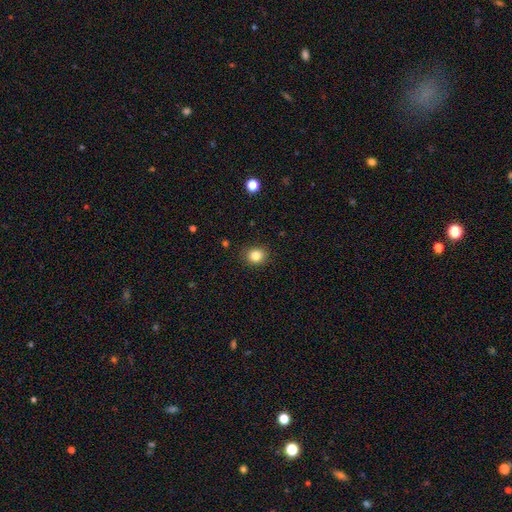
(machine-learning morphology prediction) This appears to be a smooth galaxy with no disk features (83%) that is round (72%). Merging: none (88%).